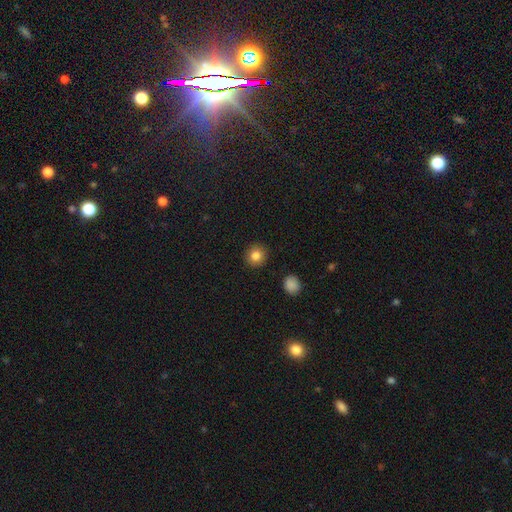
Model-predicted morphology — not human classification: Q: Smooth or featured?
A: smooth (83%); runner-up: star or artifact (10%)
Q: How rounded?
A: round (91%); runner-up: in between (8%)
Q: Merging?
A: none (91%); runner-up: minor disturbance (5%)